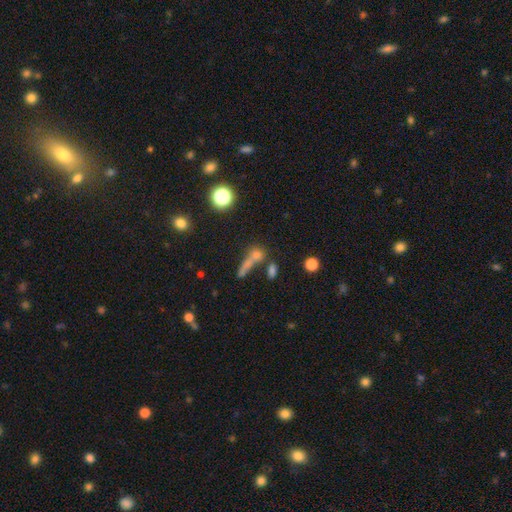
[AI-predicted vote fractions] smooth_or_featured: smooth (p=0.58) [alt: star or artifact p=0.22]
how_rounded: round (p=0.38) [alt: cigar-shaped p=0.34]
merging: none (p=0.41) [alt: merger p=0.38]